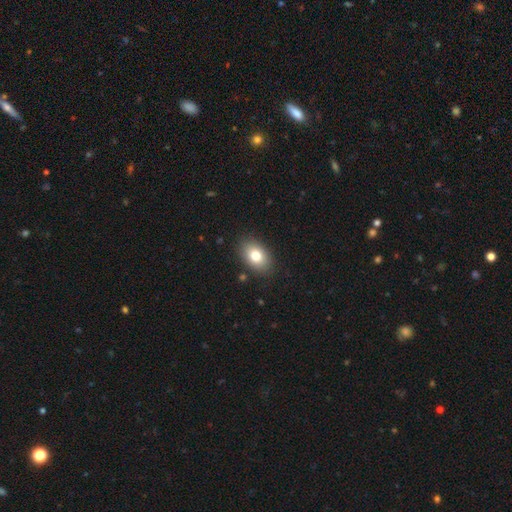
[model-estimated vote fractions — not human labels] This appears to be a smooth galaxy with no disk features (78%) that is in between round and cigar-shaped (83%). Merging: none (86%).